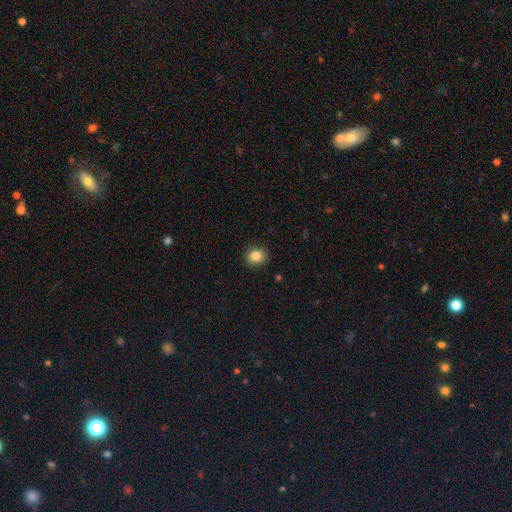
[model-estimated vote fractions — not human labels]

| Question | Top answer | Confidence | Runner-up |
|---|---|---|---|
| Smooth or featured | smooth | 85% | star or artifact (10%) |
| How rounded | round | 81% | in between (18%) |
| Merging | none | 91% | minor disturbance (6%) |